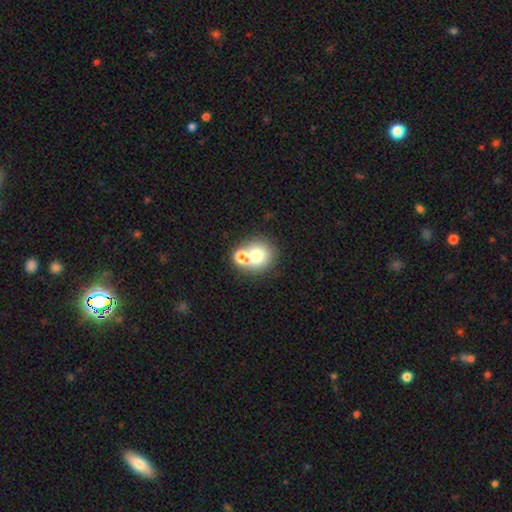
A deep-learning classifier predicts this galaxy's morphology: A smooth galaxy with no disk features (69%) that is round (81%). Merging: merger (47%).